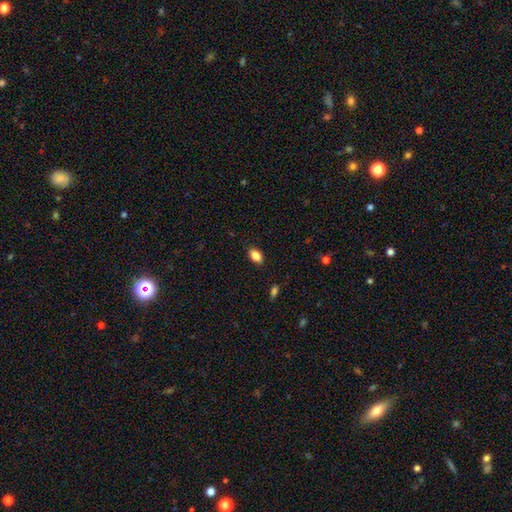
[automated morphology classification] Smooth or featured? Predicted: smooth (p=0.85). How rounded? Predicted: in between (p=0.88). Merging? Predicted: none (p=0.87).